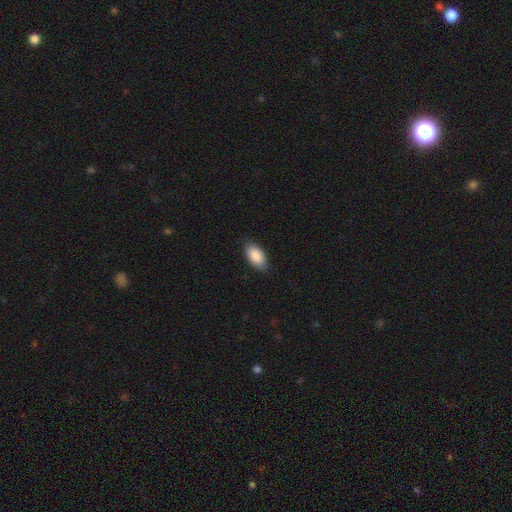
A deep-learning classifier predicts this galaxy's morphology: smooth_or_featured: smooth (p=0.89) [alt: star or artifact p=0.06]
how_rounded: in between (p=0.94) [alt: cigar-shaped p=0.04]
merging: none (p=0.84) [alt: minor disturbance p=0.13]